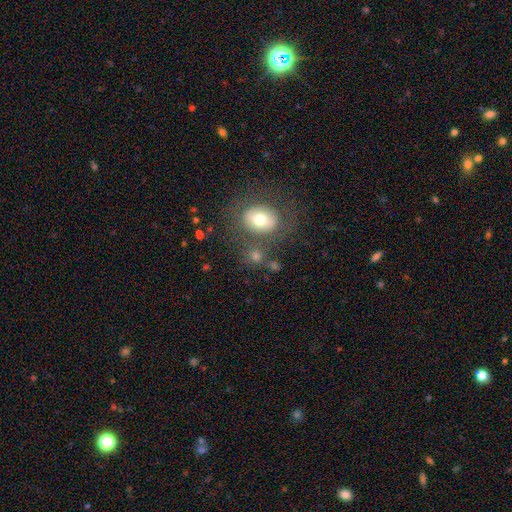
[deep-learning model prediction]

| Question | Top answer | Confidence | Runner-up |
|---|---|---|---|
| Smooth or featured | smooth | 68% | featured or disk (19%) |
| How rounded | round | 58% | in between (40%) |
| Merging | none | 68% | merger (13%) |